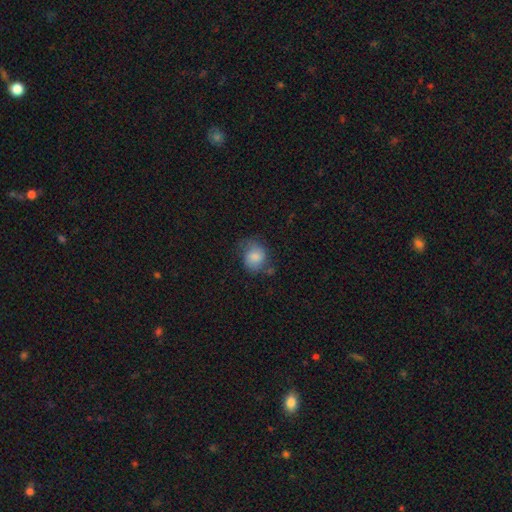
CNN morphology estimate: type=smooth (73%); roundness=round (62%); merging=none (54%).